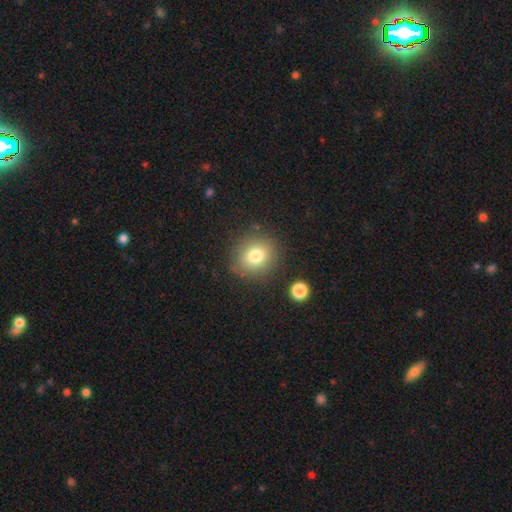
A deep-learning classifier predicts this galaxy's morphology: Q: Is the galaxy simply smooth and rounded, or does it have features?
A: smooth — 61%.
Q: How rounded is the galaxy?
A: round — 89%.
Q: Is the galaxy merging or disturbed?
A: none — 89%.